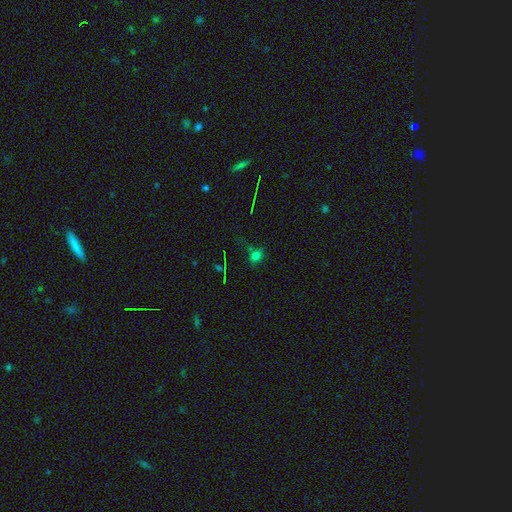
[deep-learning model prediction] A smooth galaxy with no disk features (64%) that is round (65%).

Vote fractions:
- Smooth or featured? smooth: 64% / star or artifact: 28% / featured or disk: 8%
- How rounded? round: 65% / in between: 33% / cigar-shaped: 2%
- Merging? none: 68% / minor disturbance: 16% / merger: 9% / major disturbance: 7%